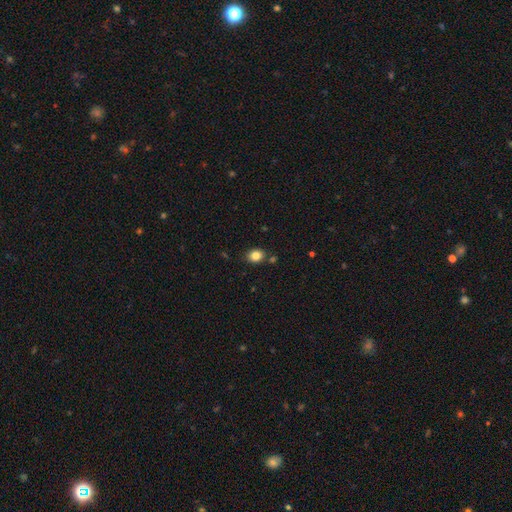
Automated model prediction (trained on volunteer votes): This appears to be a smooth galaxy with no disk features (84%) that is in between round and cigar-shaped (54%). Merging: none (80%).